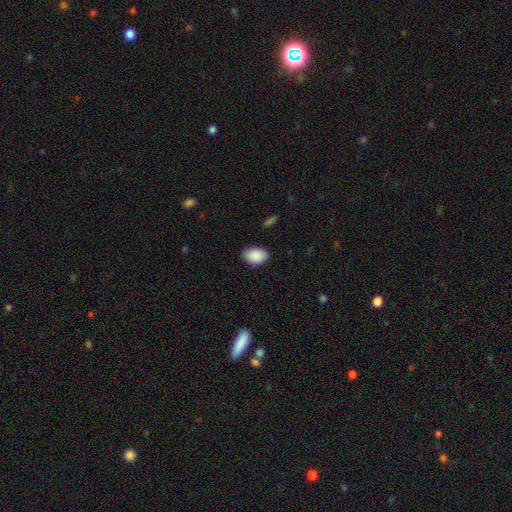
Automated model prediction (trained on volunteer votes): A smooth galaxy with no disk features (90%) that is in between round and cigar-shaped (85%).

Vote fractions:
- Smooth or featured? smooth: 90% / star or artifact: 7% / featured or disk: 3%
- How rounded? in between: 85% / round: 14% / cigar-shaped: 1%
- Merging? none: 87% / minor disturbance: 10% / major disturbance: 2% / merger: 1%